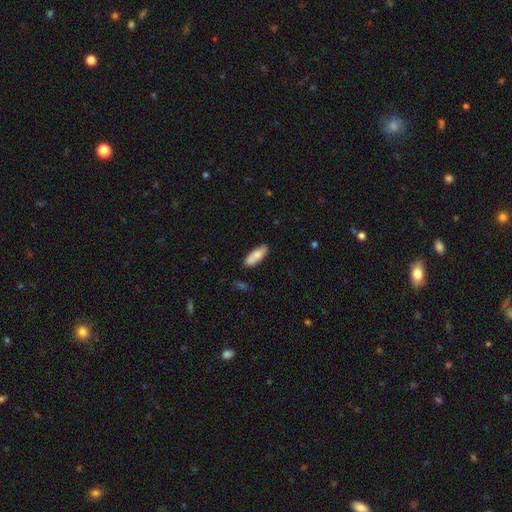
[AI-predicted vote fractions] Smooth or featured: smooth — 78% (featured or disk — 16%)
How rounded: in between — 66% (cigar-shaped — 32%)
Merging: none — 79% (minor disturbance — 15%)